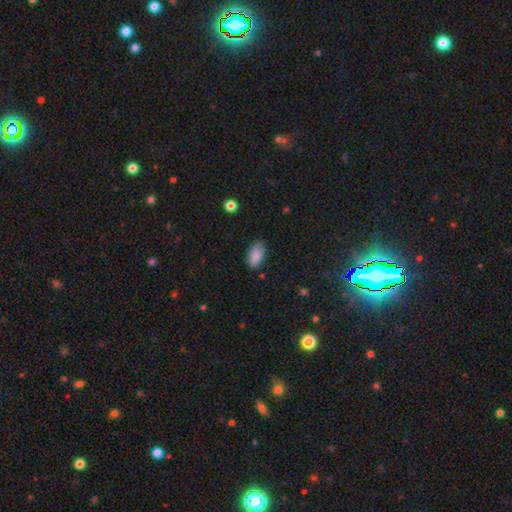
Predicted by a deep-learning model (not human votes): Smooth or featured? Predicted: smooth (p=0.88). How rounded? Predicted: in between (p=0.94). Merging? Predicted: none (p=0.80).